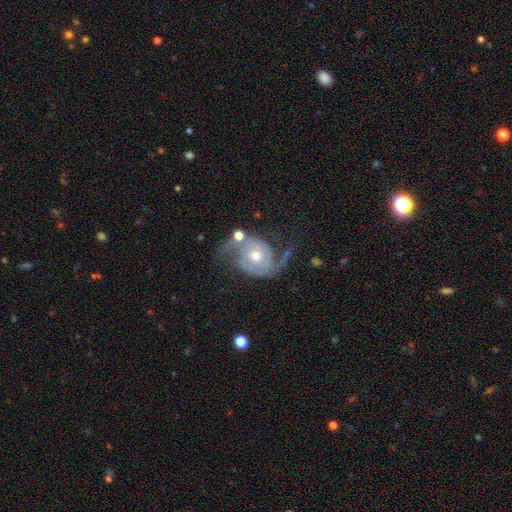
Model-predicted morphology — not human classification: A featured or disk galaxy (90%) with no bar (67%), 2 (89%) medium (47%) spiral arms (97%) and a moderate central bulge (63%). Merging: none (62%).